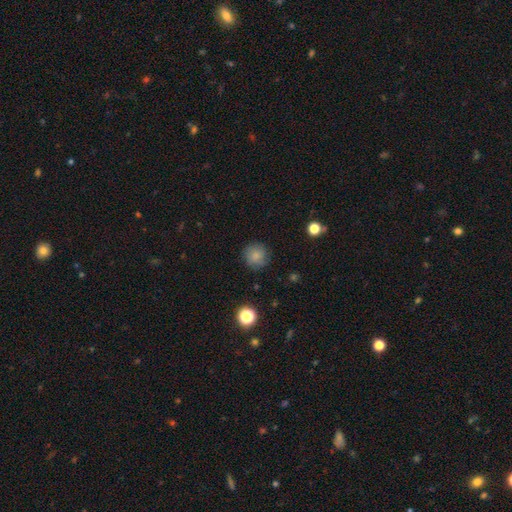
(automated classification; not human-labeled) Smooth or featured?
  - smooth: 80% *
  - star or artifact: 10%
  - featured or disk: 10%
How rounded?
  - round: 92% *
  - in between: 7%
  - cigar-shaped: 1%
Merging?
  - none: 82% *
  - minor disturbance: 13%
  - major disturbance: 4%
  - merger: 1%